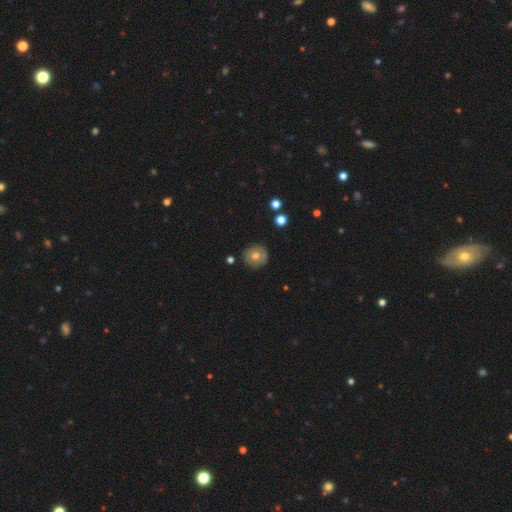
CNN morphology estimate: This is likely a smooth galaxy (65%). How rounded: clearly round (93%). Merging: clearly none (87%).